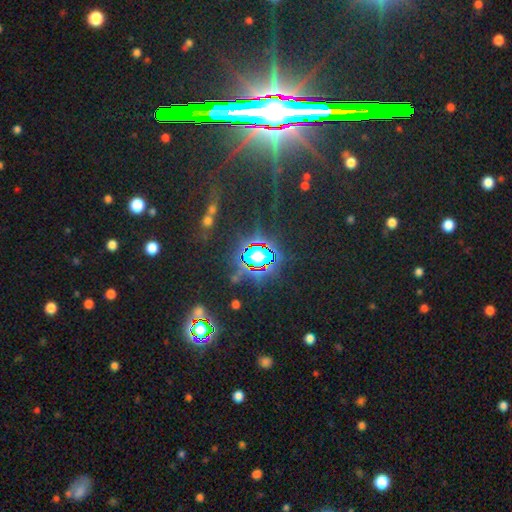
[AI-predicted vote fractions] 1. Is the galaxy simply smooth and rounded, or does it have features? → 83% star or artifact, 9% smooth, 8% featured or disk.